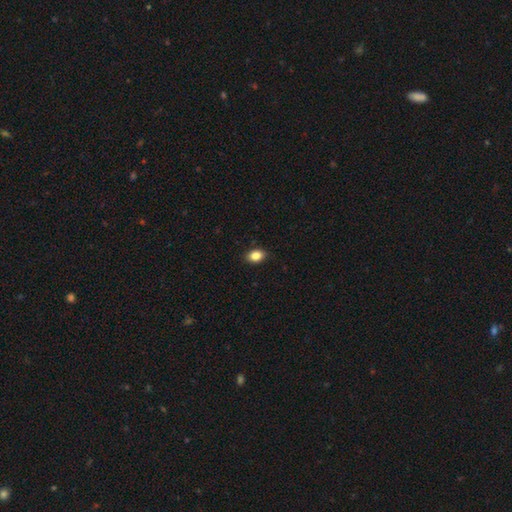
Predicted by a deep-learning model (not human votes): smooth-or-featured: smooth: 86% | star or artifact: 9% | featured or disk: 5%
  how-rounded: in between: 79% | round: 20% | cigar-shaped: 1%
  merging: none: 88% | minor disturbance: 10% | major disturbance: 2% | merger: 1%